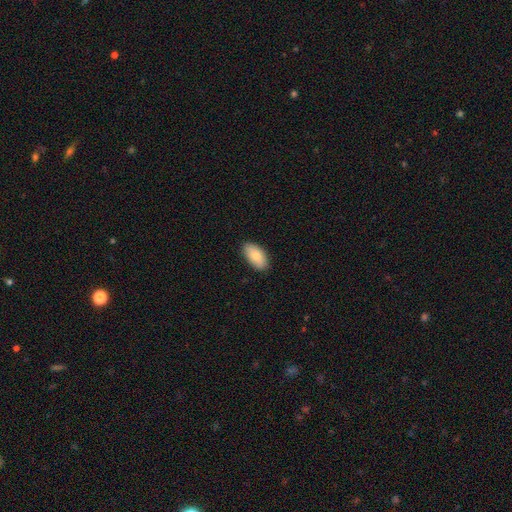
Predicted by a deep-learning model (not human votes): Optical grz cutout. It shows a smooth galaxy with no disk features (83%) that is in between round and cigar-shaped (94%). Merging: none (87%).